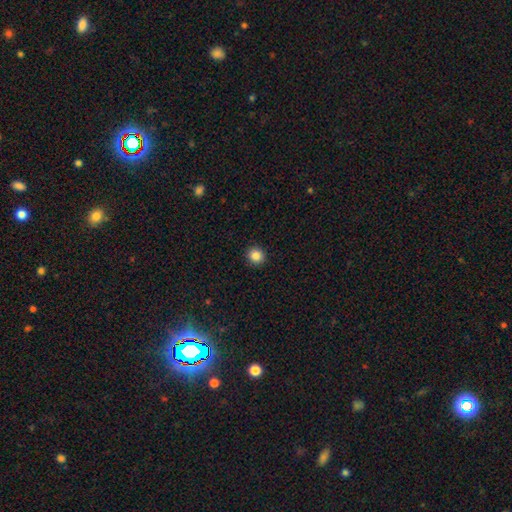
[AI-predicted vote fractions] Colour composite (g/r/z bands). It shows a smooth galaxy with no disk features (85%) that is round (90%). Merging: none (92%).